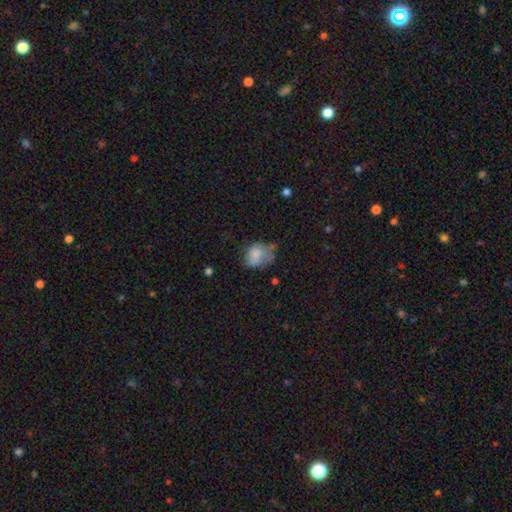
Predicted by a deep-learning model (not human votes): A smooth galaxy with no disk features (71%) that is in between round and cigar-shaped (57%).

Vote fractions:
- Smooth or featured? smooth: 71% / featured or disk: 19% / star or artifact: 10%
- How rounded? in between: 57% / round: 42% / cigar-shaped: 1%
- Merging? none: 36% / minor disturbance: 35% / major disturbance: 22% / merger: 7%